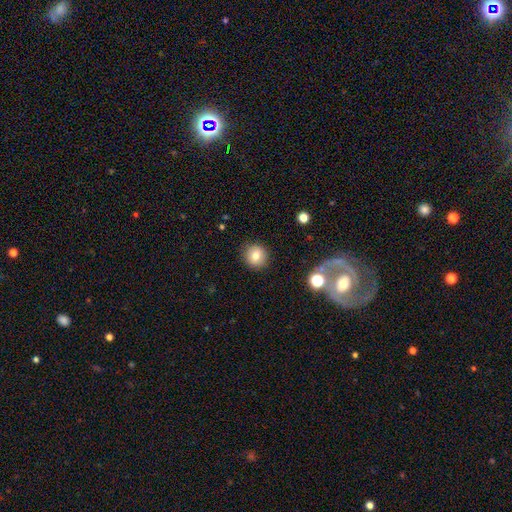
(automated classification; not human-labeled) This appears to be a smooth galaxy with no disk features (78%) that is round (91%). Merging: none (89%).